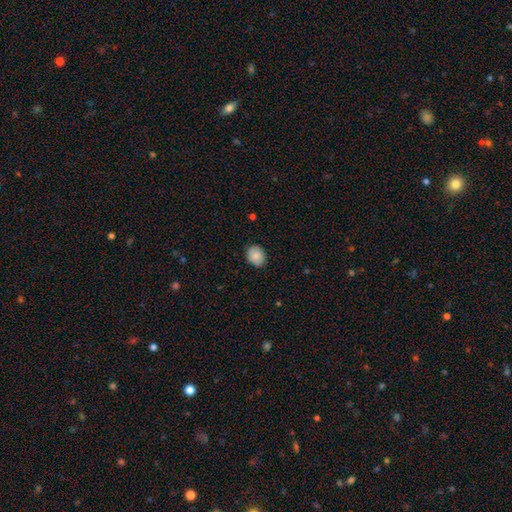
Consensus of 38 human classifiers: smooth-or-featured: smooth: 87% | star or artifact: 8% | featured or disk: 5%
  how-rounded: in between: 58% | round: 42% | cigar-shaped: 0%
  merging: none: 83% | minor disturbance: 14% | merger: 3% | major disturbance: 0%